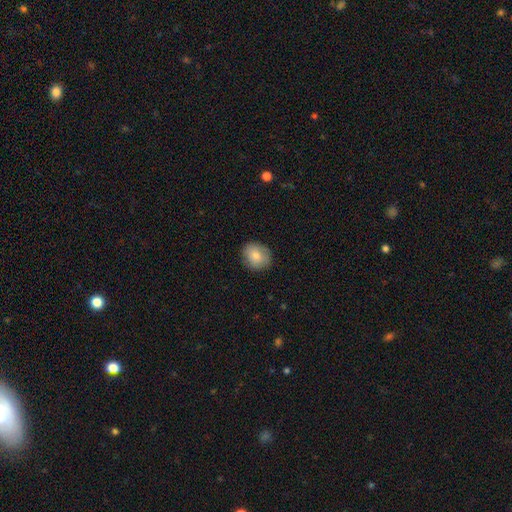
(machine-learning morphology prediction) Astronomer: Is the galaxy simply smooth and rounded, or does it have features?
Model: smooth — 79%.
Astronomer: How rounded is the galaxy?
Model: round — 67%.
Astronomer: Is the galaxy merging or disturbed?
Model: none — 85%.